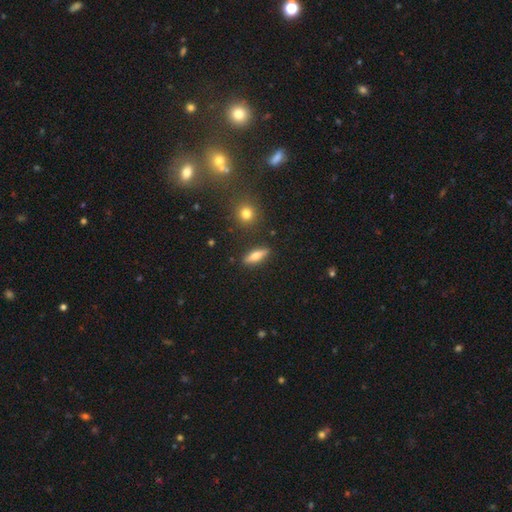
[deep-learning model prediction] This appears to be a smooth galaxy with no disk features (61%) that is cigar-shaped (53%). Merging: none (87%).